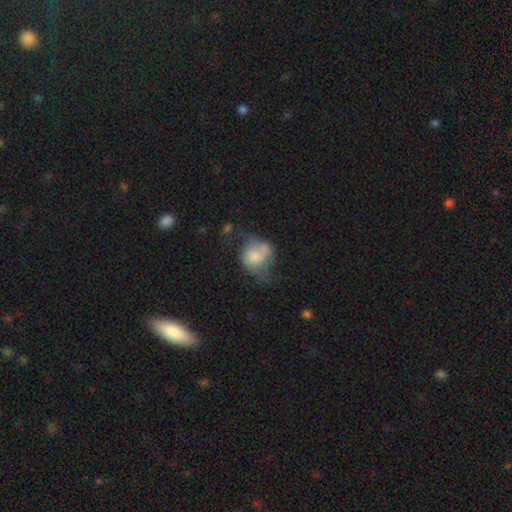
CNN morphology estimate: This is possibly a smooth galaxy (52%). How rounded: possibly round (54%). Merging: marginally major disturbance (30%).